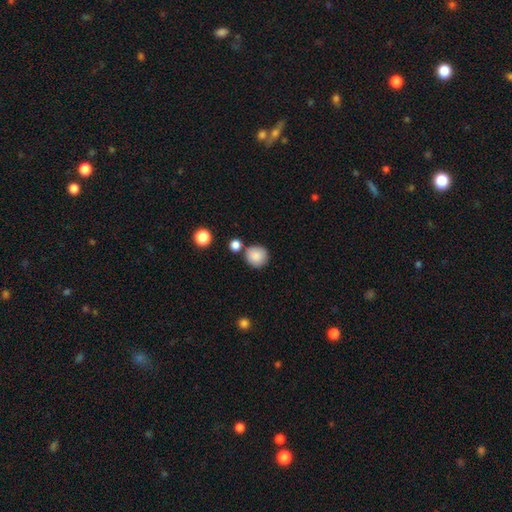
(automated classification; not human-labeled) The model was most divided on "merging": none: 75%, merger: 11%, minor disturbance: 11%, major disturbance: 3%. More confident: how rounded — round (91%); smooth or featured — smooth (86%).